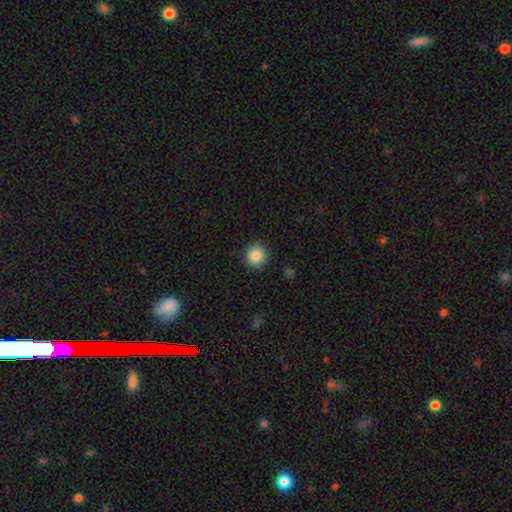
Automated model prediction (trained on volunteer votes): Morphology: type=smooth (86%); roundness=round (94%); merging=none (91%).